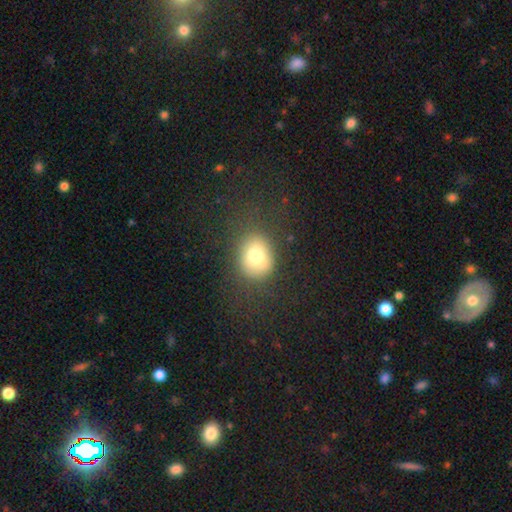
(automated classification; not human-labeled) Smooth or featured? Predicted: smooth (p=0.75). How rounded? Predicted: round (p=0.64). Merging? Predicted: none (p=0.77).